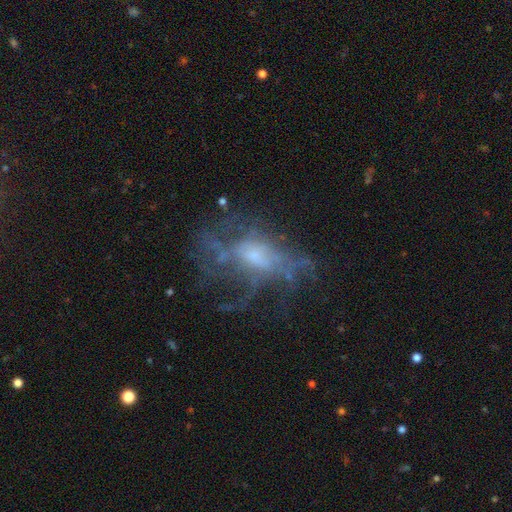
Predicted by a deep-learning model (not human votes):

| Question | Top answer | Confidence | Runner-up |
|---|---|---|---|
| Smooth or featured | featured or disk | 68% | smooth (17%) |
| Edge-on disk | no | 93% | yes (7%) |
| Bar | no | 73% | weak (22%) |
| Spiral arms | no | 53% | yes (47%) |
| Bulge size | small | 53% | moderate (31%) |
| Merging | none | 45% | major disturbance (33%) |